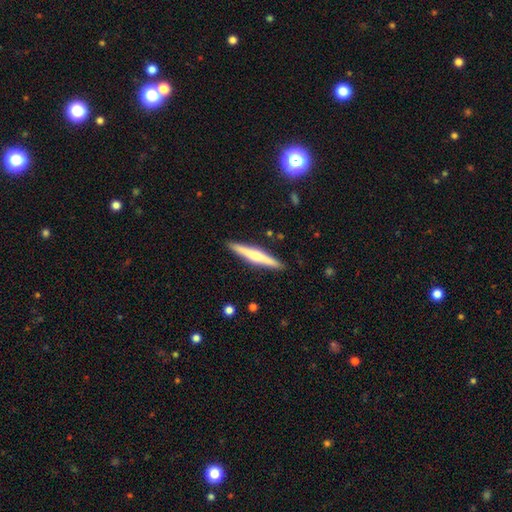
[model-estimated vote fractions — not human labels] Smooth or featured? featured or disk (54%)
Edge-on disk? yes (98%)
Edge-on bulge? rounded (67%)
Merging? none (91%)